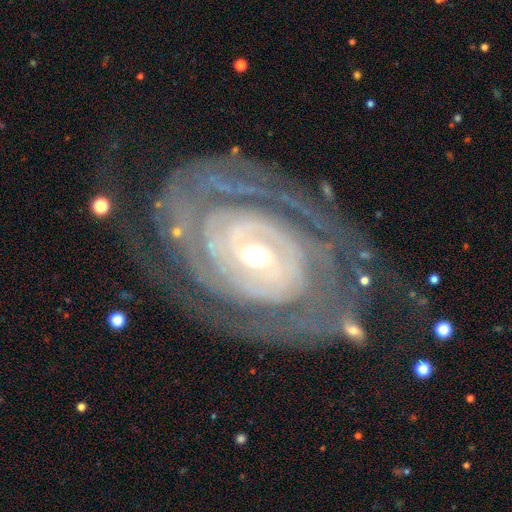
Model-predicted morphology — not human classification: A featured or disk galaxy (90%) with no bar (50%), tight (82%) spiral arms (96%) and a moderate central bulge (52%).

Vote fractions:
- Smooth or featured? featured or disk: 90% / star or artifact: 5% / smooth: 5%
- Edge-on disk? no: 96% / yes: 4%
- Bar? no: 50% / weak: 31% / strong: 20%
- Spiral arms? yes: 96% / no: 4%
- Spiral winding? tight: 82% / medium: 15% / loose: 4%
- Spiral arm count? can't tell: 30% / 2: 25% / 3: 16% / 4: 12% / more than 4: 10% / 1: 7%
- Bulge size? moderate: 52% / small: 41% / large: 5% / dominant: 1% / none: 1%
- Merging? none: 69% / minor disturbance: 17% / major disturbance: 12% / merger: 2%